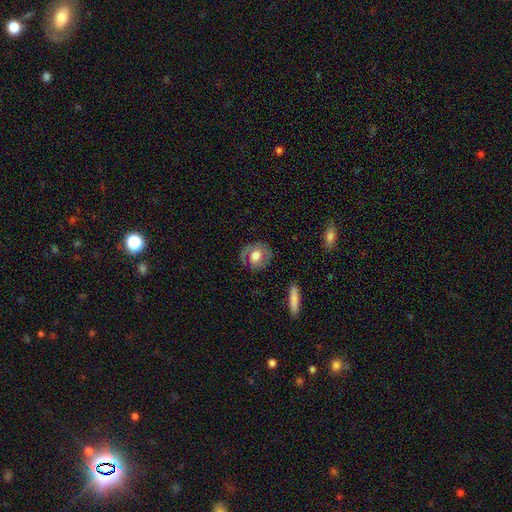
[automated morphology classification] smooth_or_featured: smooth (p=0.51) [alt: featured or disk p=0.43]
how_rounded: round (p=0.68) [alt: in between p=0.31]
merging: none (p=0.74) [alt: minor disturbance p=0.17]